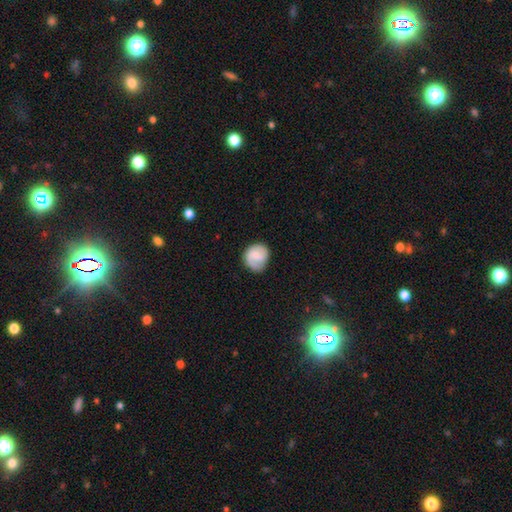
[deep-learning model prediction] Morphology: type=smooth (54%); roundness=round (78%); merging=none (71%).